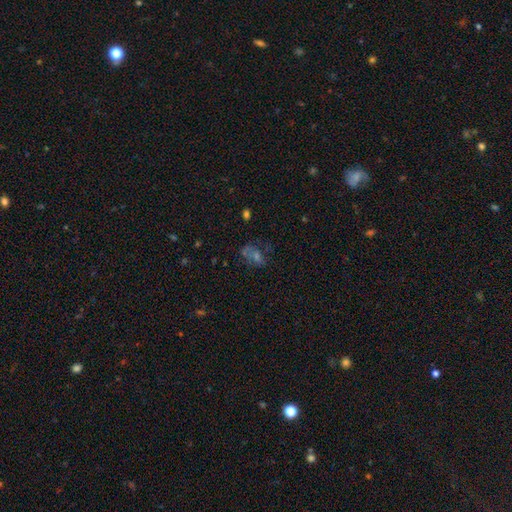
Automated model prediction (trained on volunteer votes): This appears to be a featured or disk galaxy (36%). Merging: none (50%).